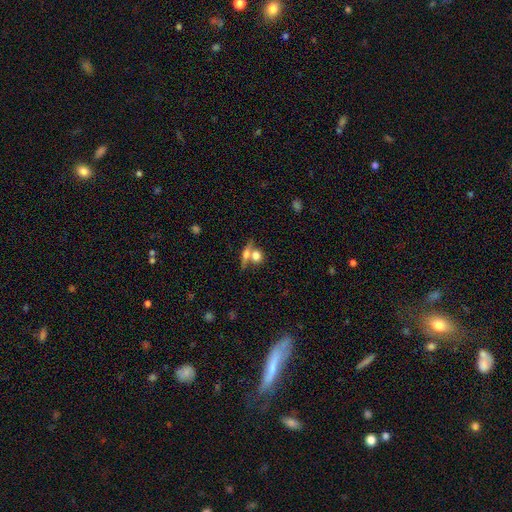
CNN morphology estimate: type=smooth (67%); roundness=round (52%); merging=merger (45%).